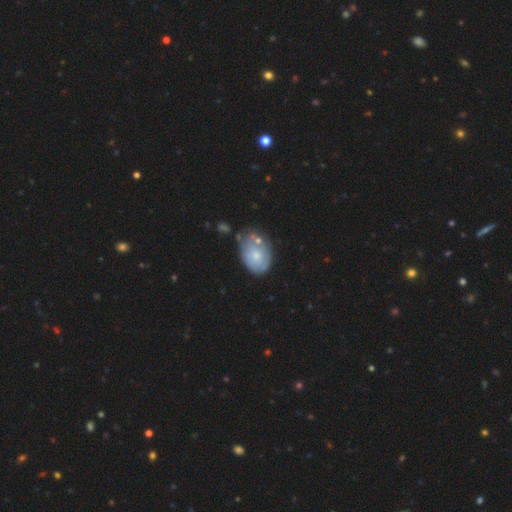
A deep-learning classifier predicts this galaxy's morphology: A smooth galaxy with no disk features (54%) that is in between round and cigar-shaped (77%).

Vote fractions:
- Smooth or featured? smooth: 54% / featured or disk: 39% / star or artifact: 7%
- How rounded? in between: 77% / round: 22% / cigar-shaped: 1%
- Merging? none: 42% / minor disturbance: 32% / merger: 15% / major disturbance: 11%